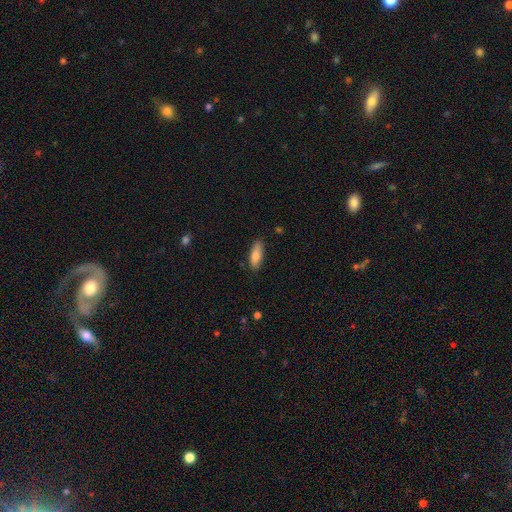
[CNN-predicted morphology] smooth 83%, featured or disk 11%, star or artifact 6%. Down the decision tree: how rounded — in between (60%); merging — none (83%).